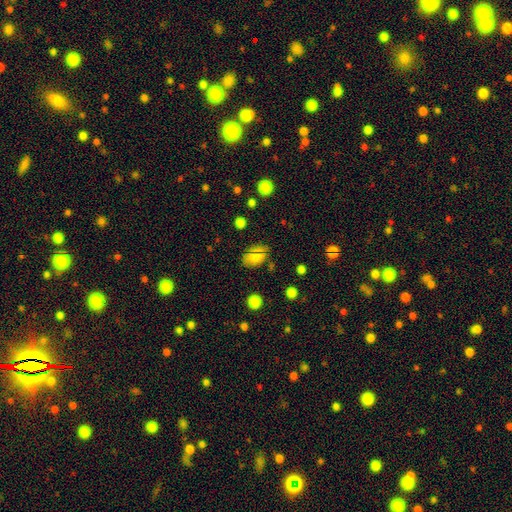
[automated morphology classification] Smooth or featured? Predicted: smooth (p=0.73). How rounded? Predicted: in between (p=0.82). Merging? Predicted: none (p=0.78).